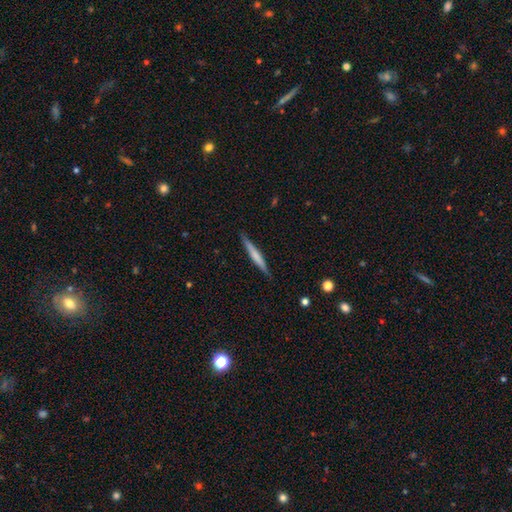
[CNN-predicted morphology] smooth_or_featured: smooth (p=0.52) [alt: featured or disk p=0.43]
how_rounded: cigar-shaped (p=0.96) [alt: in between p=0.03]
merging: none (p=0.89) [alt: minor disturbance p=0.09]